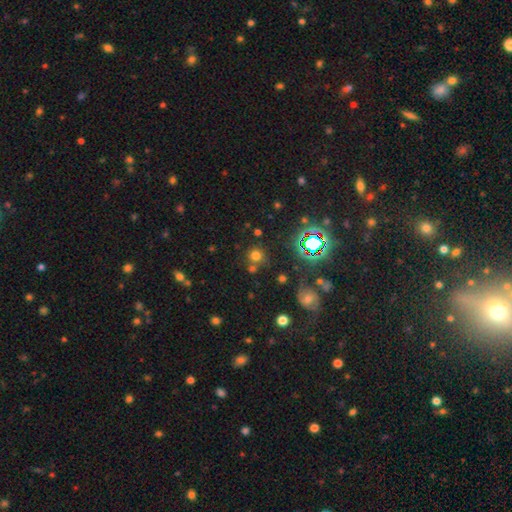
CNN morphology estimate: This is likely a smooth galaxy (66%). How rounded: clearly round (91%). Merging: likely none (73%).